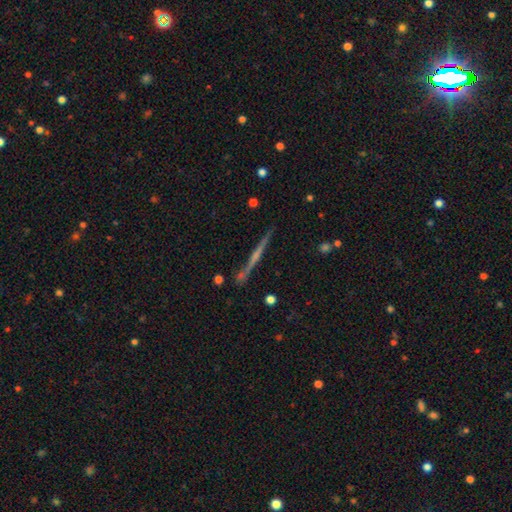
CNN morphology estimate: This is likely a featured or disk galaxy (73%). It is clearly viewed edge-on (98%). Edge-on bulge: possibly none (46%). Merging: clearly none (86%).